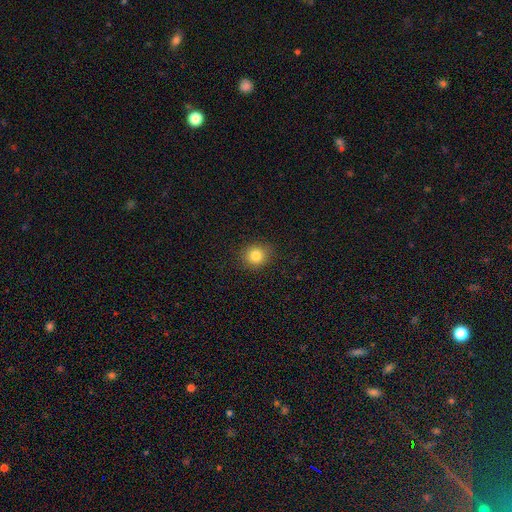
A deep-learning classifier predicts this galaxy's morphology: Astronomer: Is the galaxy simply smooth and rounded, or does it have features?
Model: smooth — 83%.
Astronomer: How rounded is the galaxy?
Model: round — 84%.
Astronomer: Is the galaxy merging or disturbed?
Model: none — 89%.